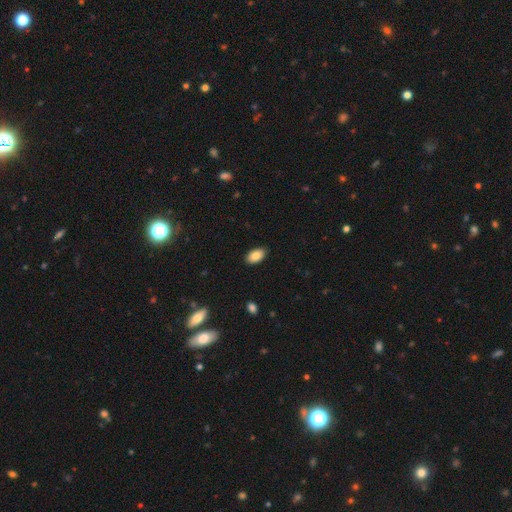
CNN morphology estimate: Smooth or featured?
  - smooth: 86% *
  - star or artifact: 7%
  - featured or disk: 7%
How rounded?
  - in between: 94% *
  - round: 4%
  - cigar-shaped: 2%
Merging?
  - none: 89% *
  - minor disturbance: 9%
  - major disturbance: 2%
  - merger: 1%